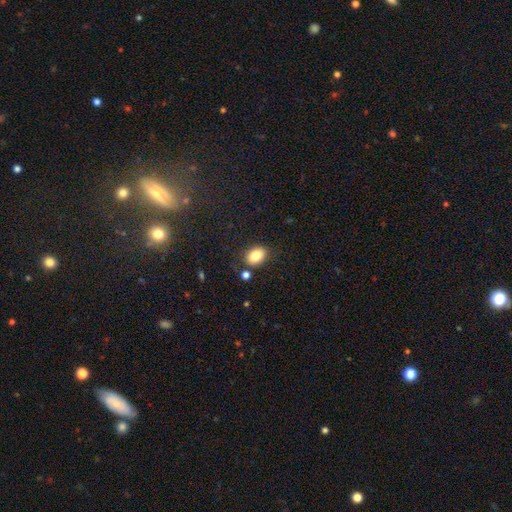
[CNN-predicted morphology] smooth_or_featured: smooth (p=0.83) [alt: star or artifact p=0.09]
how_rounded: in between (p=0.78) [alt: round p=0.21]
merging: none (p=0.80) [alt: minor disturbance p=0.12]